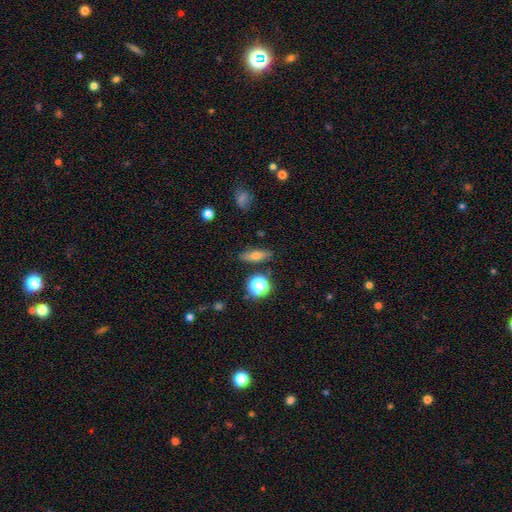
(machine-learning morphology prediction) Smooth or featured: smooth — 59% (featured or disk — 28%)
How rounded: cigar-shaped — 49% (in between — 40%)
Merging: none — 84% (minor disturbance — 10%)